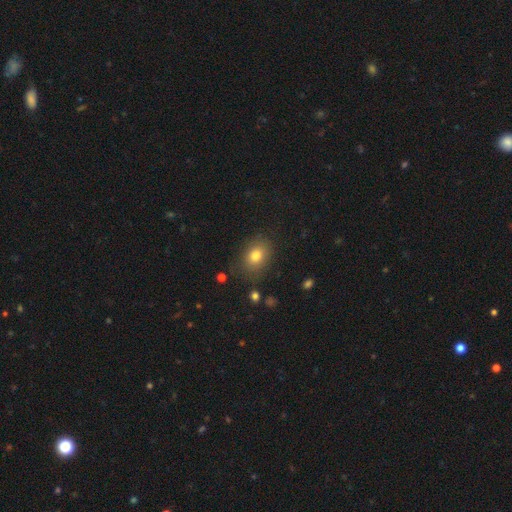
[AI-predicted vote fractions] The model was most divided on "how rounded": in between: 63%, round: 36%, cigar-shaped: 1%. More confident: merging — none (79%); smooth or featured — smooth (79%).